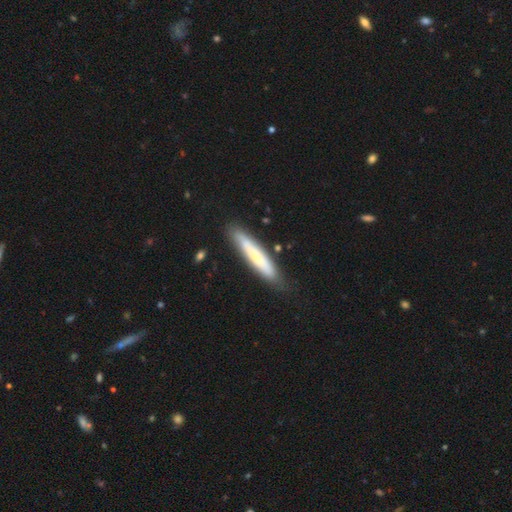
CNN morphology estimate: type=smooth (60%); roundness=cigar-shaped (93%); merging=none (82%).